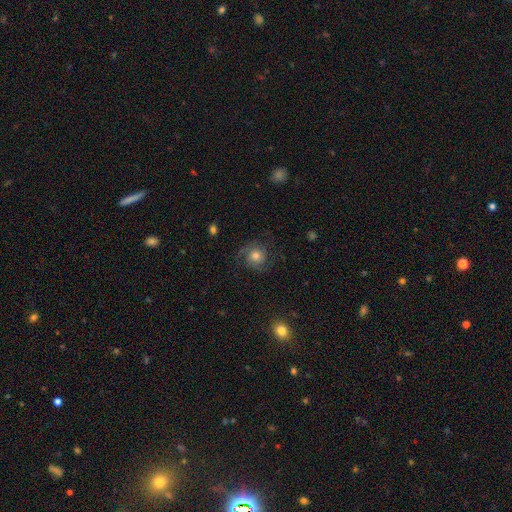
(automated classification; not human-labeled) This appears to be a featured or disk galaxy (69%) with no bar (76%), 2 (71%) medium (46%) spiral arms (95%) and a moderate central bulge (62%). Merging: none (75%).